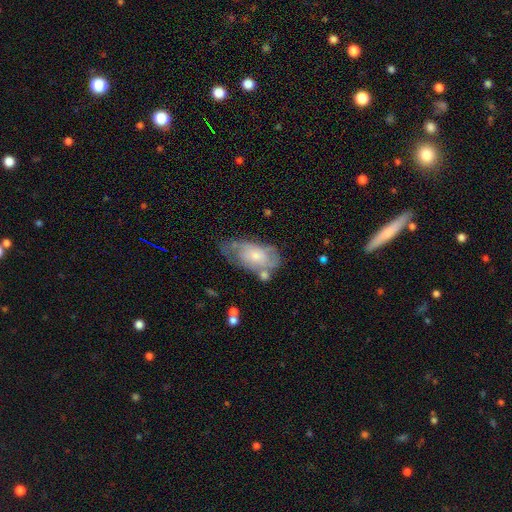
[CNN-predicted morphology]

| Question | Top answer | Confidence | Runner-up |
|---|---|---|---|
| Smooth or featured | featured or disk | 53% | smooth (40%) |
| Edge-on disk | no | 93% | yes (7%) |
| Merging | none | 43% | minor disturbance (30%) |